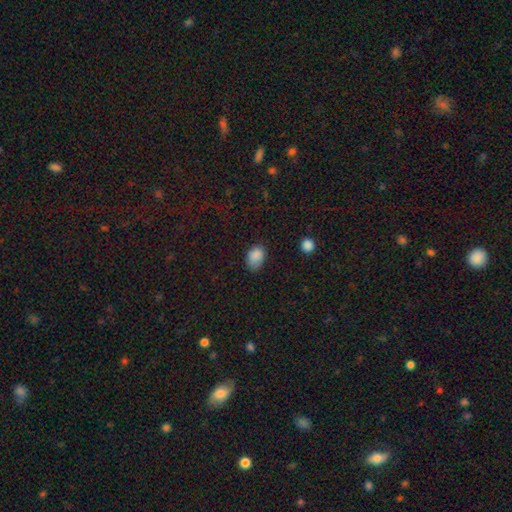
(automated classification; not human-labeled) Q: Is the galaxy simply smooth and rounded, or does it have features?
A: smooth — 86%.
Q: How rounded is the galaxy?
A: in between — 79%.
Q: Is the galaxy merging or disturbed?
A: none — 66%.